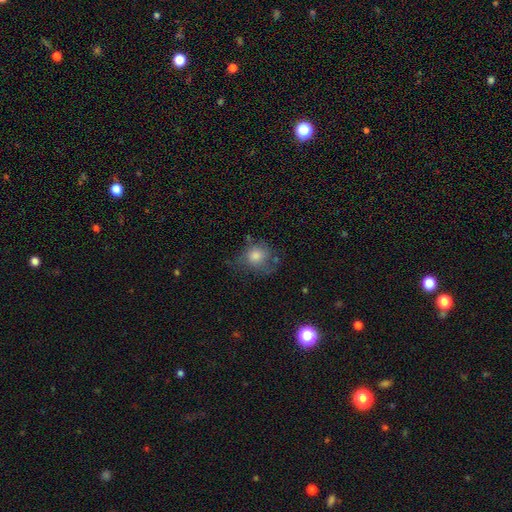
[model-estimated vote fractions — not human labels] The model was most divided on "merging": none: 52%, minor disturbance: 27%, major disturbance: 18%, merger: 3%. More confident: how rounded — round (69%); smooth or featured — smooth (67%).